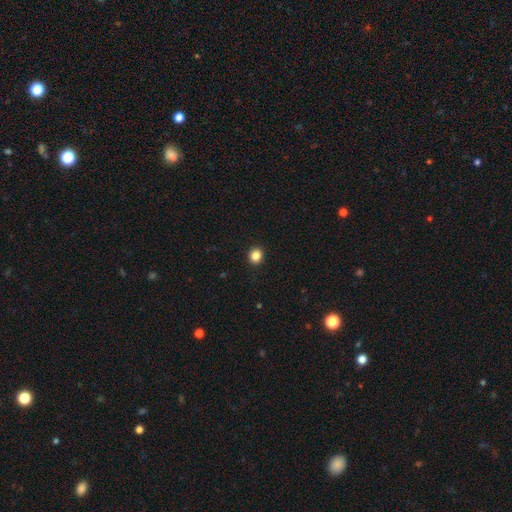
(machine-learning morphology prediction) The model was most divided on "how rounded": round: 83%, in between: 16%, cigar-shaped: 1%. More confident: merging — none (93%); smooth or featured — smooth (85%).